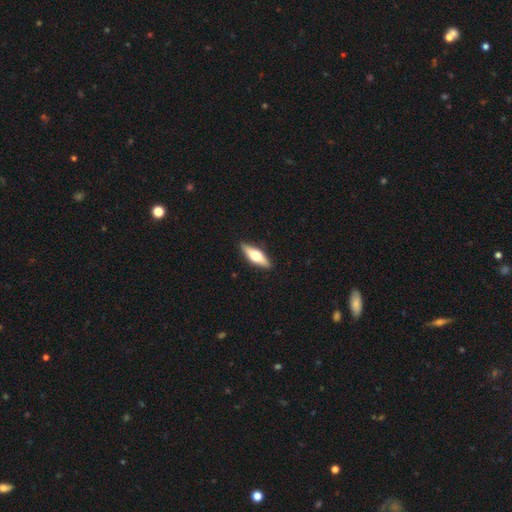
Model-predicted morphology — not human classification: smooth_or_featured: featured or disk (p=0.50) [alt: smooth p=0.44]
disk_edge_on: yes (p=0.91) [alt: no p=0.09]
merging: none (p=0.89) [alt: minor disturbance p=0.08]